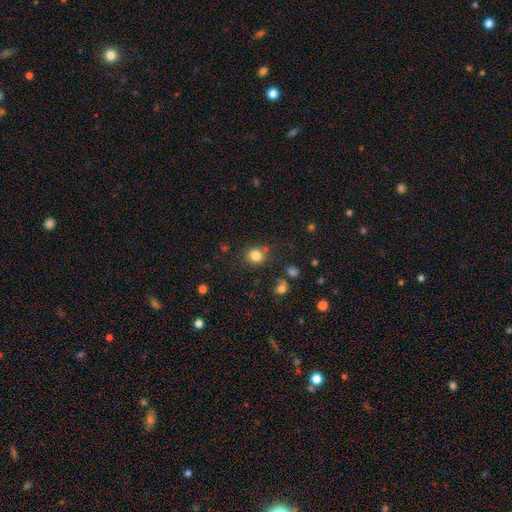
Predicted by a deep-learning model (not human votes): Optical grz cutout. It shows a smooth galaxy with no disk features (82%) that is round (83%). Merging: none (77%).